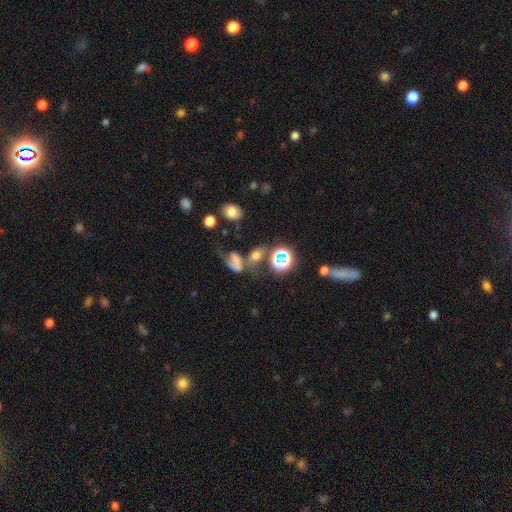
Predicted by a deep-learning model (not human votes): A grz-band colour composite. It shows a smooth galaxy with no disk features (45%). Merging: none (33%, tied with merger).